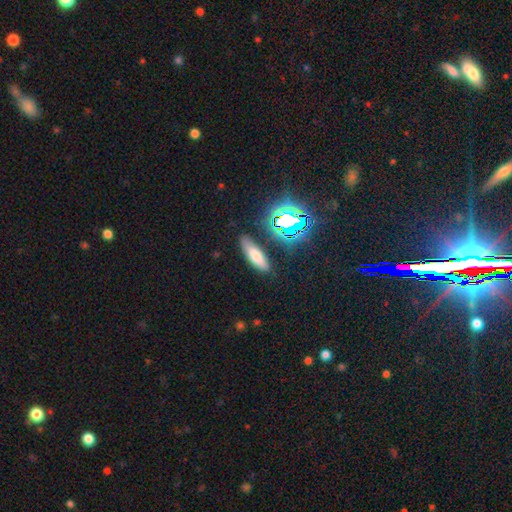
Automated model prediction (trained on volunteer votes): Smooth or featured? Predicted: smooth (p=0.64). How rounded? Predicted: cigar-shaped (p=0.50). Merging? Predicted: none (p=0.83).